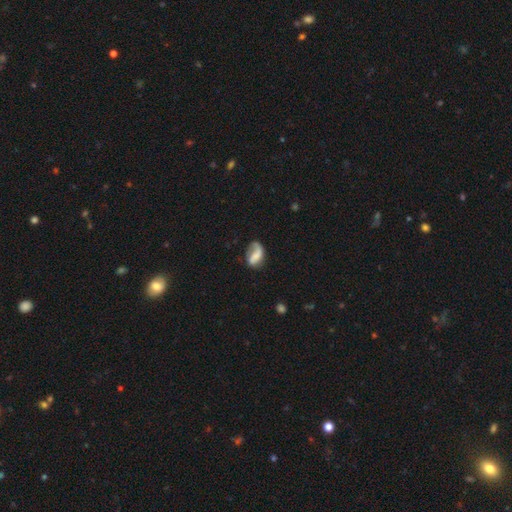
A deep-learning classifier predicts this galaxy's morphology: A featured or disk galaxy (48%). Merging: none (43%).